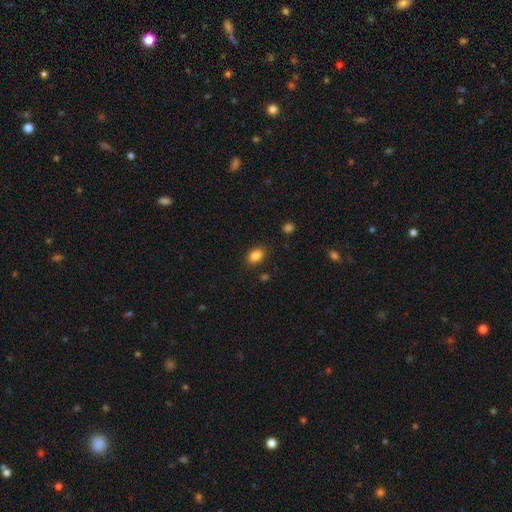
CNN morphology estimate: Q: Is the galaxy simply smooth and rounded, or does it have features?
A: smooth — 85%.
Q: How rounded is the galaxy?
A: in between — 75%.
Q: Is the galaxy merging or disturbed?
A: none — 85%.